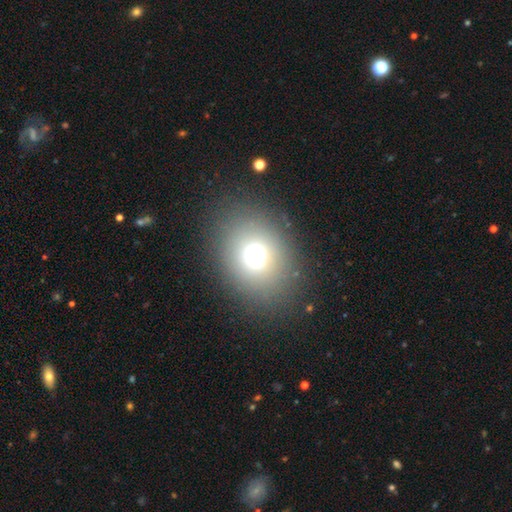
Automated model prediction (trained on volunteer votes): Overall: smooth (67%). How rounded: round (59%; in between 40%). Merging: none (85%).